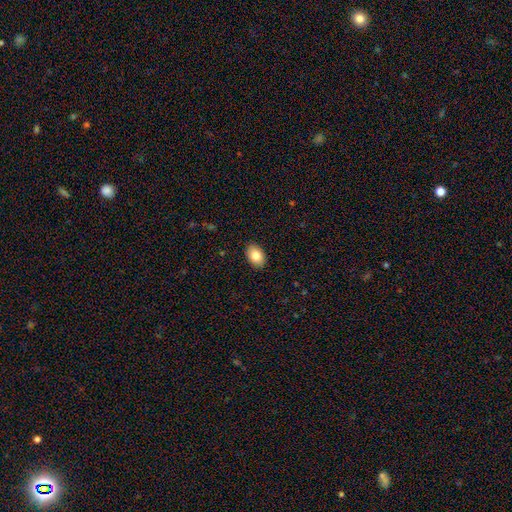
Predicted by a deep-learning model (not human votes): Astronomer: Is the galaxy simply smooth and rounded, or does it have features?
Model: smooth — 83%.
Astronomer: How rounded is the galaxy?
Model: in between — 86%.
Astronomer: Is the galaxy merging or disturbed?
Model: none — 90%.